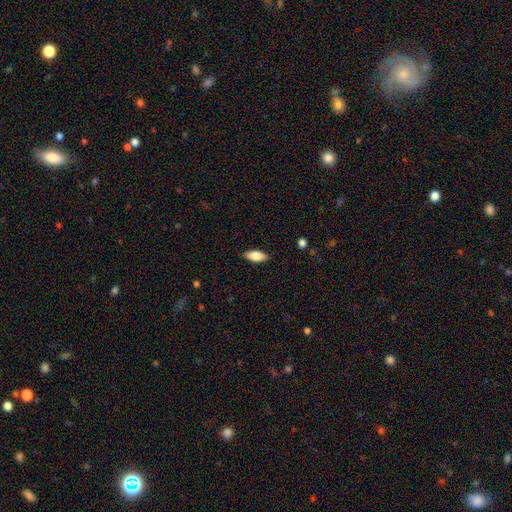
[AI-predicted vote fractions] A smooth galaxy with no disk features (78%) that is in between round and cigar-shaped (82%). Merging: none (87%).